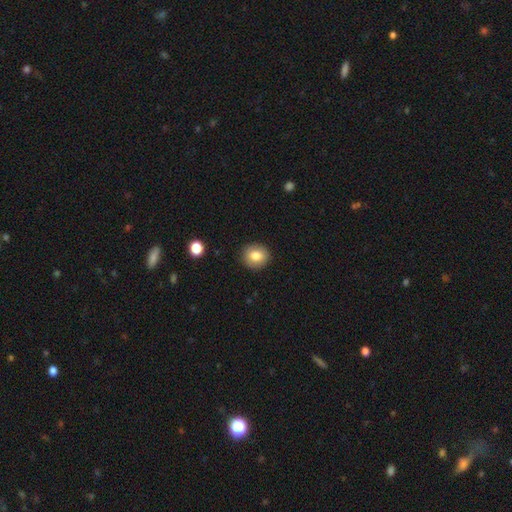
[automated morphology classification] Smooth or featured? Predicted: smooth (p=0.82). How rounded? Predicted: round (p=0.84). Merging? Predicted: none (p=0.90).